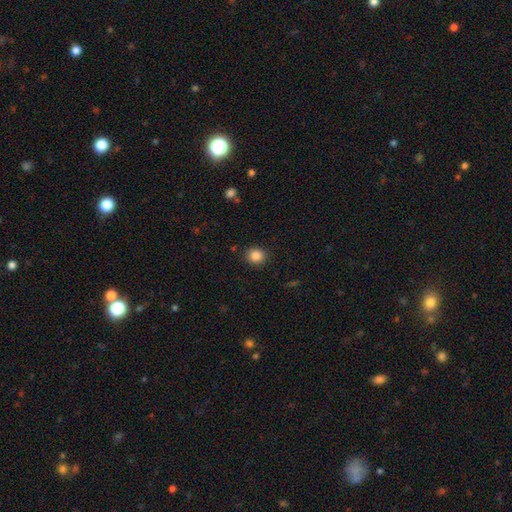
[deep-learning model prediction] A smooth galaxy with no disk features (85%) that is round (84%).

Vote fractions:
- Smooth or featured? smooth: 85% / star or artifact: 10% / featured or disk: 4%
- How rounded? round: 84% / in between: 15% / cigar-shaped: 1%
- Merging? none: 90% / minor disturbance: 6% / major disturbance: 2% / merger: 1%